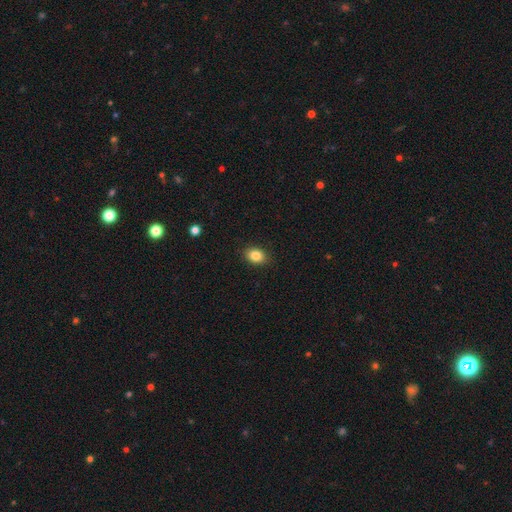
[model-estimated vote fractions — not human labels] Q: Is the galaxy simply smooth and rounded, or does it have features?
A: smooth — 85%.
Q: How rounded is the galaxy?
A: in between — 65%.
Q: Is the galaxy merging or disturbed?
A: none — 89%.